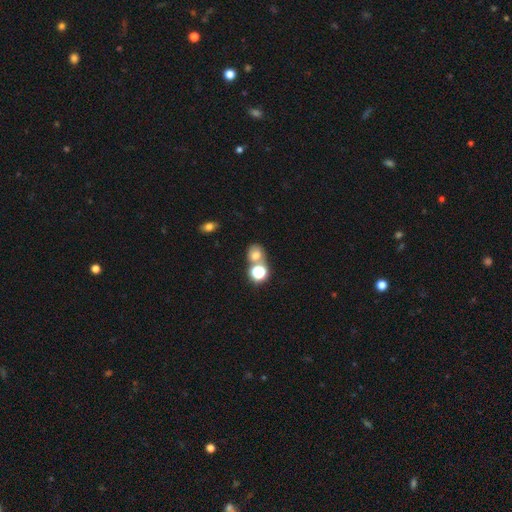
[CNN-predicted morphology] Smooth or featured: smooth — 65% (star or artifact — 22%)
How rounded: round — 63% (in between — 36%)
Merging: none — 50% (merger — 35%)